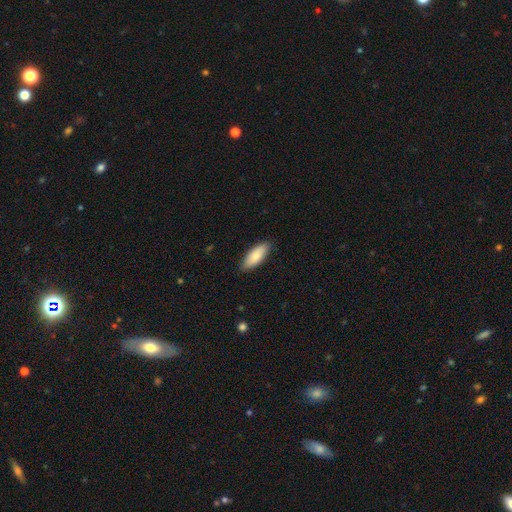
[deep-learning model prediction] Smooth or featured? Predicted: smooth (p=0.86). How rounded? Predicted: in between (p=0.73). Merging? Predicted: none (p=0.86).